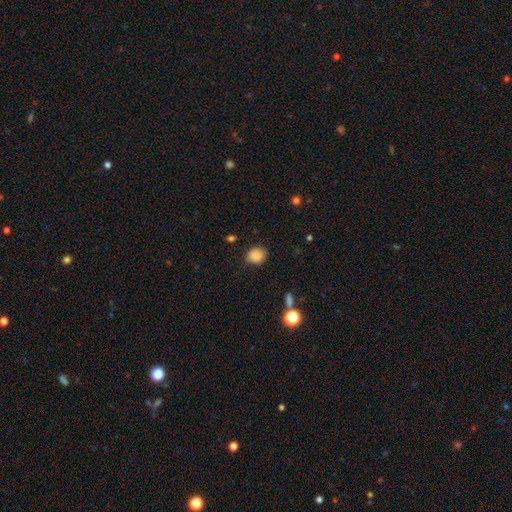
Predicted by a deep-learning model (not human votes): This is clearly a smooth galaxy (86%). How rounded: likely round (61%). Merging: likely none (73%).